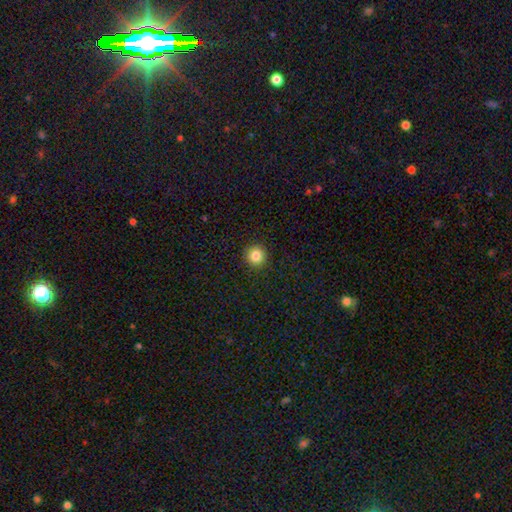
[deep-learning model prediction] A smooth galaxy with no disk features (83%) that is round (95%).

Vote fractions:
- Smooth or featured? smooth: 83% / star or artifact: 11% / featured or disk: 6%
- How rounded? round: 95% / in between: 4% / cigar-shaped: 1%
- Merging? none: 93% / minor disturbance: 5% / major disturbance: 2% / merger: 1%